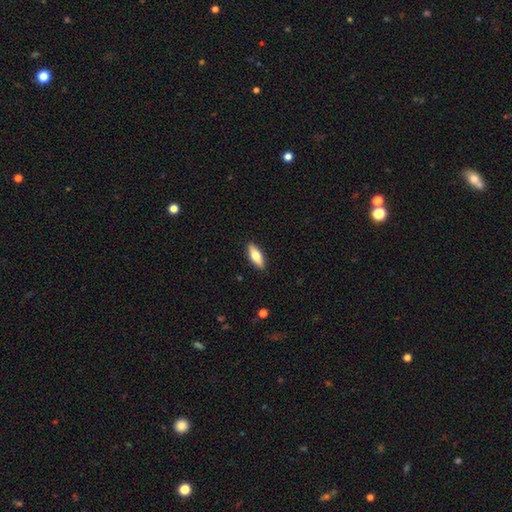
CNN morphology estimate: Q: Smooth or featured?
A: smooth (66%); runner-up: featured or disk (28%)
Q: How rounded?
A: in between (60%); runner-up: cigar-shaped (38%)
Q: Merging?
A: none (90%); runner-up: minor disturbance (8%)